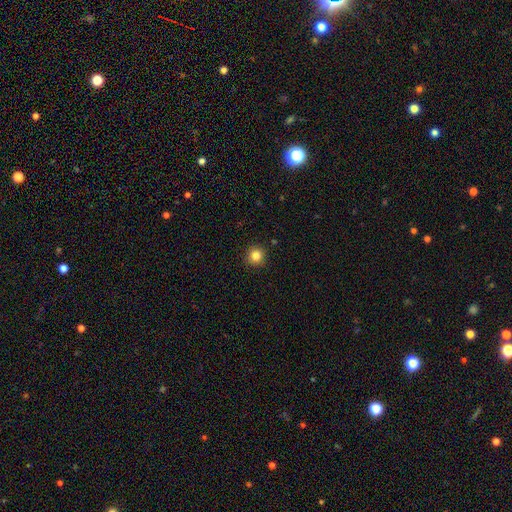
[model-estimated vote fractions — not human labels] The model was most divided on "smooth or featured": smooth: 83%, star or artifact: 12%, featured or disk: 6%. More confident: how rounded — round (94%); merging — none (92%).